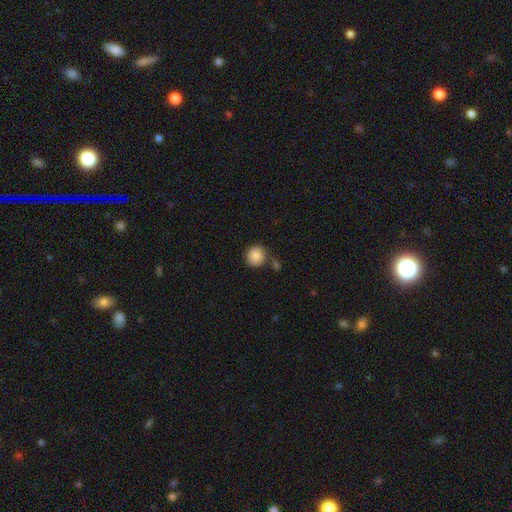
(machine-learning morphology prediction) The model was most divided on "merging": none: 72%, minor disturbance: 13%, merger: 12%, major disturbance: 3%. More confident: how rounded — round (89%); smooth or featured — smooth (86%).